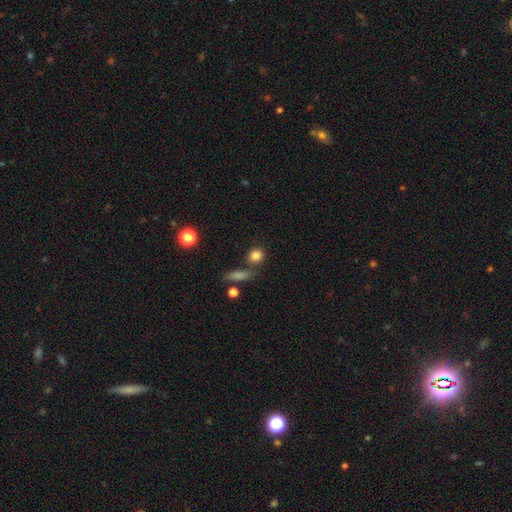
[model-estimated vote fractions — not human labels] Smooth or featured? smooth (83%)
How rounded? round (81%)
Merging? none (73%)